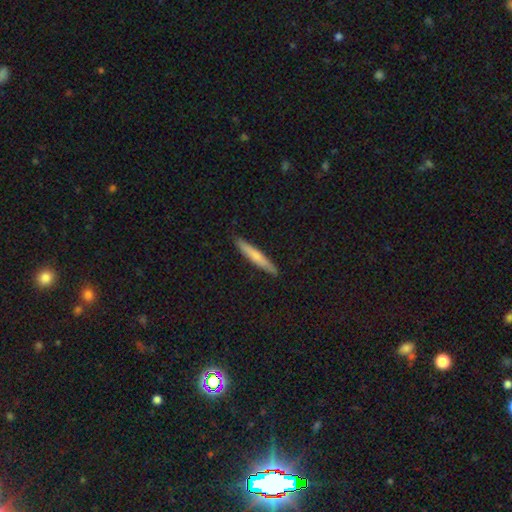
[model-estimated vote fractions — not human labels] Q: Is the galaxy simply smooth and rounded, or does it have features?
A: smooth — 63%.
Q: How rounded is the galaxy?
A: cigar-shaped — 94%.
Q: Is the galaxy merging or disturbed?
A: none — 90%.